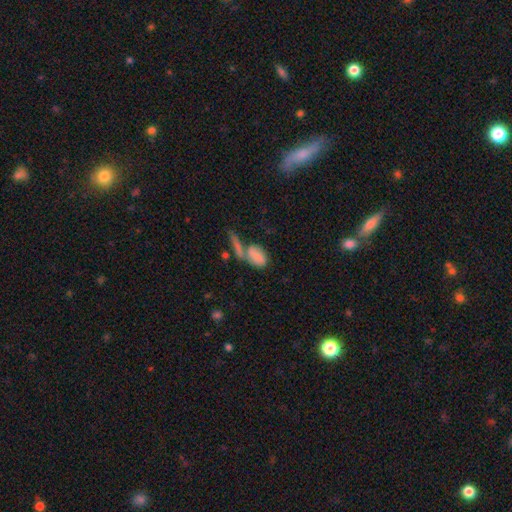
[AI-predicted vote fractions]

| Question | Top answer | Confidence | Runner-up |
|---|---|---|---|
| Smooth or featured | smooth | 70% | featured or disk (21%) |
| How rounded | in between | 85% | cigar-shaped (8%) |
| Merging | merger | 49% | none (27%) |